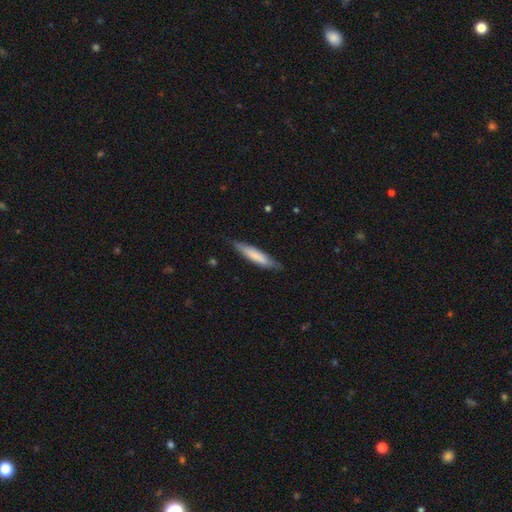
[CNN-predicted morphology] type=smooth (74%); roundness=cigar-shaped (85%); merging=none (81%).